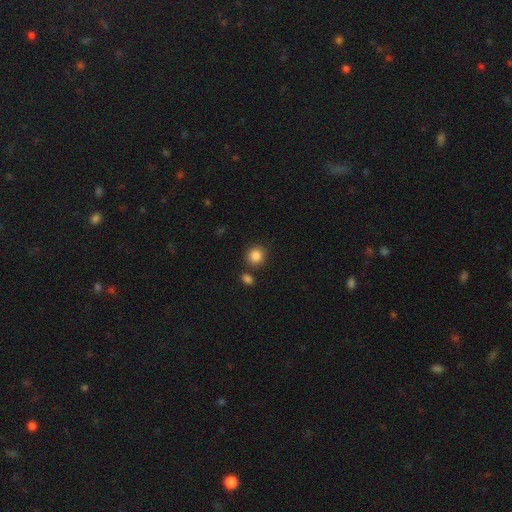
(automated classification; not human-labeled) A smooth galaxy with no disk features (86%) that is round (87%). Merging: none (80%).